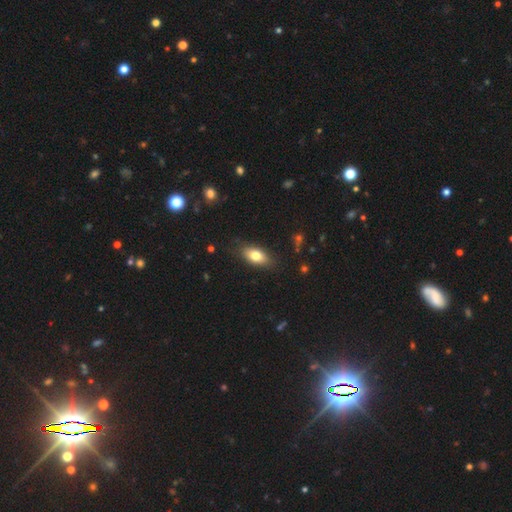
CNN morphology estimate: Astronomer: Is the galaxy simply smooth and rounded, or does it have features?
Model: smooth — 78%.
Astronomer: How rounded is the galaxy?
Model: in between — 87%.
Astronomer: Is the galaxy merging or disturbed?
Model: none — 83%.